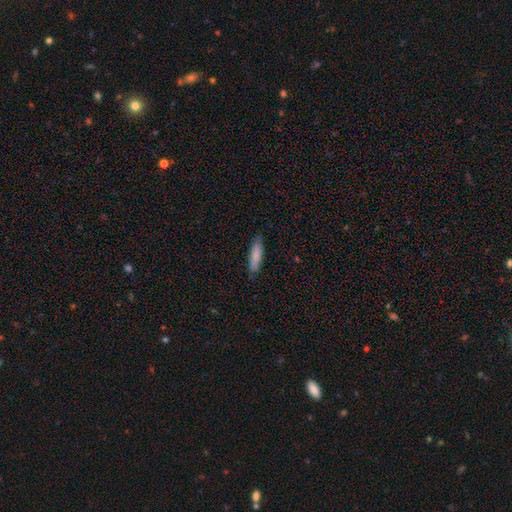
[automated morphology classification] smooth_or_featured: smooth (p=0.83) [alt: featured or disk p=0.11]
how_rounded: cigar-shaped (p=0.73) [alt: in between p=0.26]
merging: none (p=0.85) [alt: minor disturbance p=0.12]